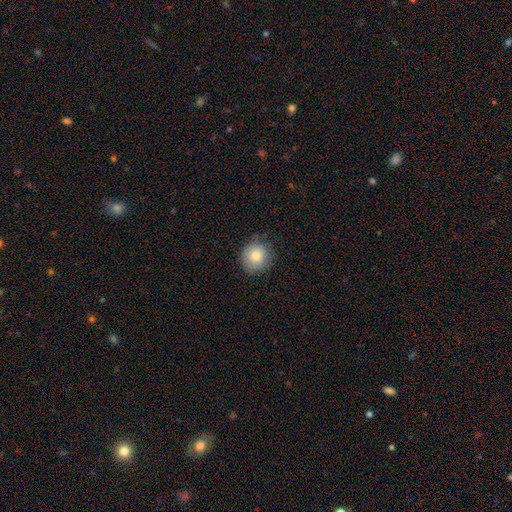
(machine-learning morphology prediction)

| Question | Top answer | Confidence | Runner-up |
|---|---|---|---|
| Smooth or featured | smooth | 83% | featured or disk (9%) |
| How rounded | round | 90% | in between (9%) |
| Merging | none | 81% | minor disturbance (15%) |